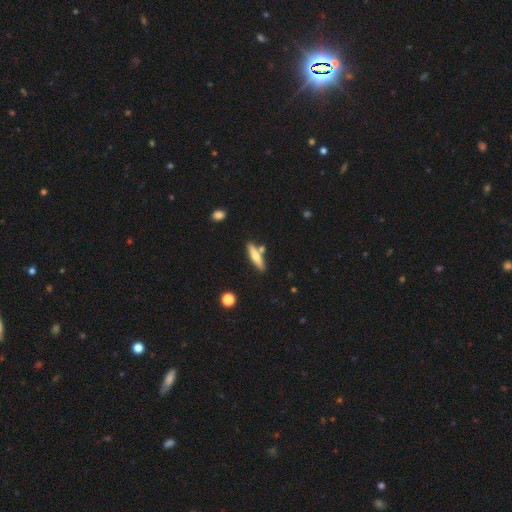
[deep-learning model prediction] Smooth or featured?
  - smooth: 59% *
  - featured or disk: 34%
  - star or artifact: 7%
How rounded?
  - cigar-shaped: 79% *
  - in between: 19%
  - round: 2%
Merging?
  - none: 76% *
  - minor disturbance: 11%
  - merger: 10%
  - major disturbance: 3%